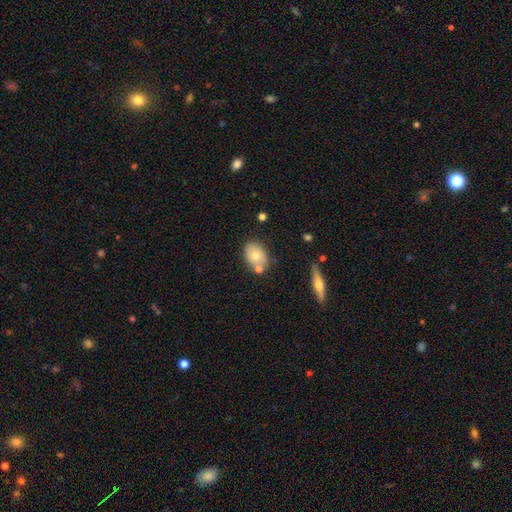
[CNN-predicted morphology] type=smooth (71%); roundness=in between (80%); merging=none (66%).